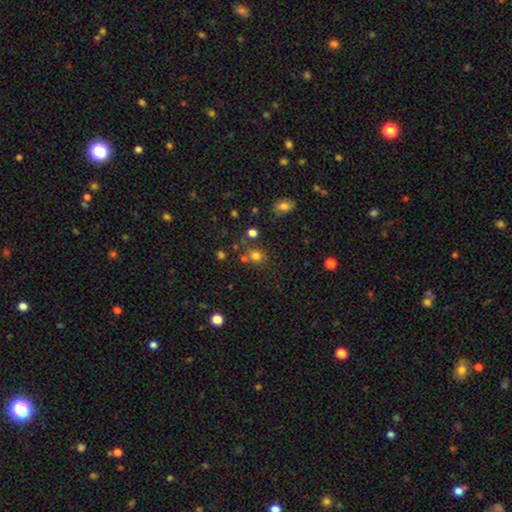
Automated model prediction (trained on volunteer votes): Smooth or featured? smooth (73%)
How rounded? round (76%)
Merging? none (64%)